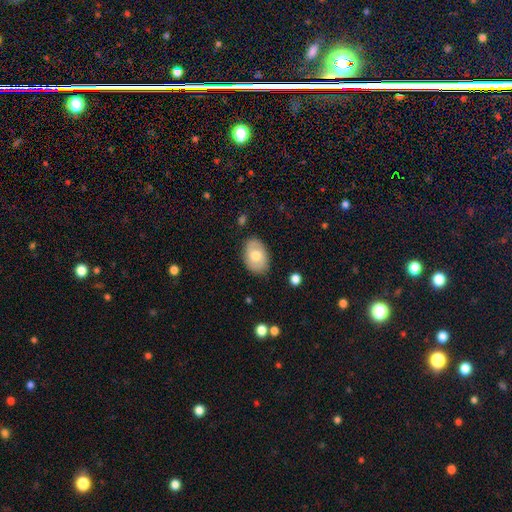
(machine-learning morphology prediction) A smooth galaxy with no disk features (65%) that is in between round and cigar-shaped (85%).

Vote fractions:
- Smooth or featured? smooth: 65% / featured or disk: 28% / star or artifact: 7%
- How rounded? in between: 85% / round: 14% / cigar-shaped: 1%
- Merging? none: 81% / minor disturbance: 14% / major disturbance: 3% / merger: 1%